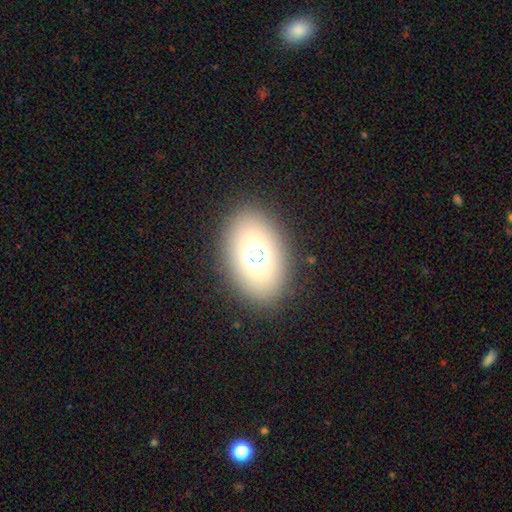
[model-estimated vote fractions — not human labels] Overall: smooth (68%). How rounded: in between (77%). Merging: none (86%).